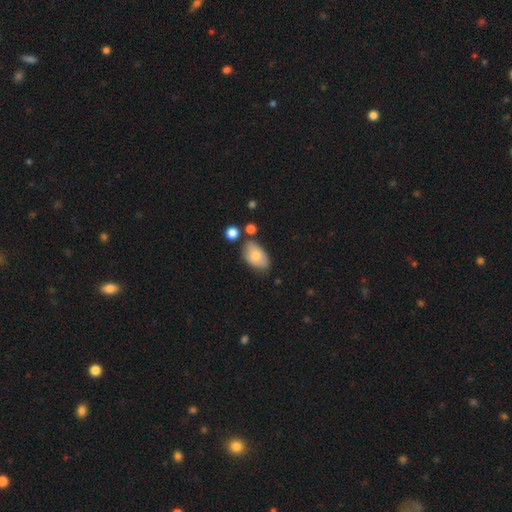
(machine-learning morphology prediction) Smooth or featured?
  - smooth: 71% *
  - featured or disk: 22%
  - star or artifact: 7%
How rounded?
  - in between: 91% *
  - round: 7%
  - cigar-shaped: 2%
Merging?
  - none: 62% *
  - minor disturbance: 24%
  - merger: 8%
  - major disturbance: 5%